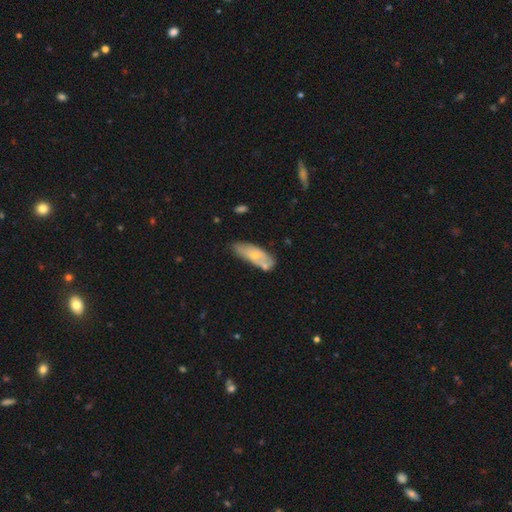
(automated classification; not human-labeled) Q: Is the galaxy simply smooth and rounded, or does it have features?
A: smooth — 54%.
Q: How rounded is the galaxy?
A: in between — 72%.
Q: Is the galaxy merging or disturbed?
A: none — 49%.